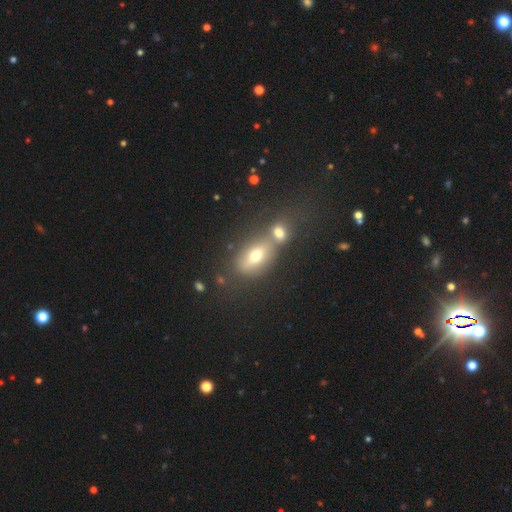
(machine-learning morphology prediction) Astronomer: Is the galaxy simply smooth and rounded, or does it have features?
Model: smooth — 61%.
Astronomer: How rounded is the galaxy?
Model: in between — 77%.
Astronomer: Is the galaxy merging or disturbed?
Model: merger — 43% (runner-up: none, 41%).